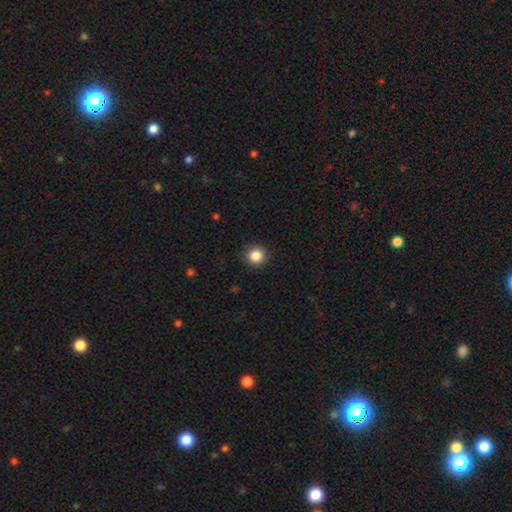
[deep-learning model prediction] Smooth or featured?
  - smooth: 86% *
  - star or artifact: 10%
  - featured or disk: 4%
How rounded?
  - round: 94% *
  - in between: 5%
  - cigar-shaped: 1%
Merging?
  - none: 92% *
  - minor disturbance: 6%
  - major disturbance: 2%
  - merger: 1%